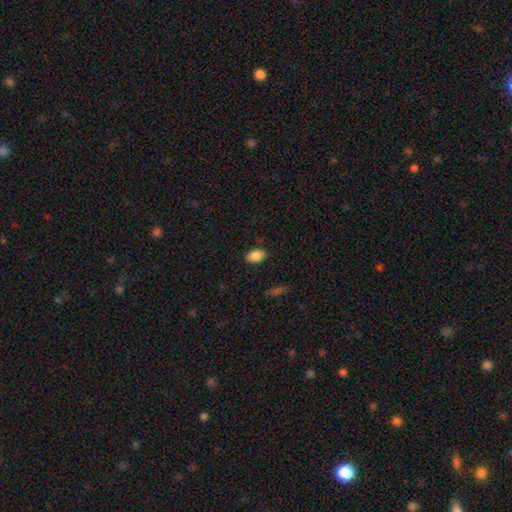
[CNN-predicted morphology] Smooth or featured? smooth (87%)
How rounded? in between (88%)
Merging? none (84%)